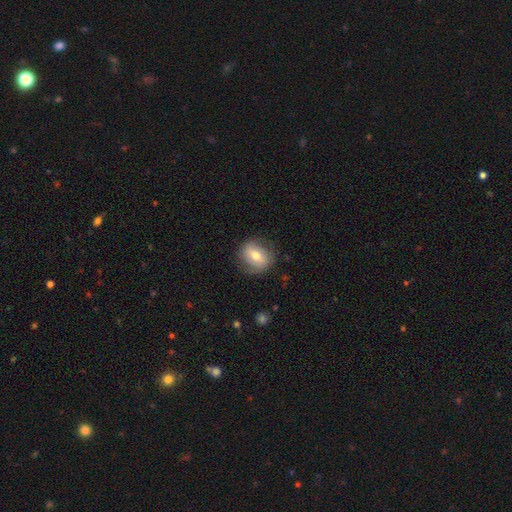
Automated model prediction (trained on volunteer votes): smooth_or_featured: smooth (p=0.59) [alt: featured or disk p=0.32]
how_rounded: round (p=0.65) [alt: in between p=0.34]
merging: none (p=0.79) [alt: minor disturbance p=0.15]